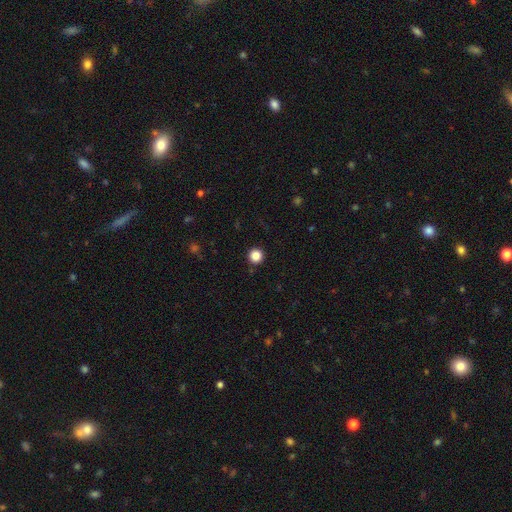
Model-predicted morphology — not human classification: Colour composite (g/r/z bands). It shows a smooth galaxy with no disk features (85%) that is round (96%). Merging: none (93%).